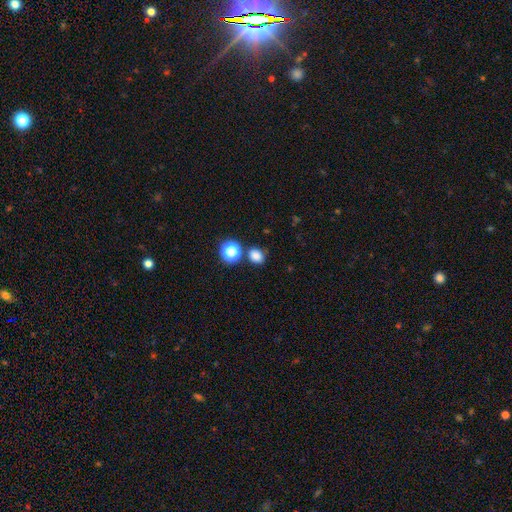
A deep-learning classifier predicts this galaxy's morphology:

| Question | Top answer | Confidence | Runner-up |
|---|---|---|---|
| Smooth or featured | smooth | 80% | star or artifact (15%) |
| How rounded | round | 62% | in between (37%) |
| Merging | none | 77% | merger (10%) |